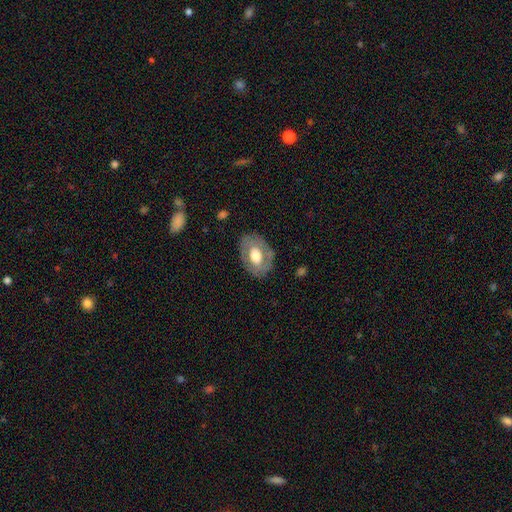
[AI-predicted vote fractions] Smooth or featured?
  - featured or disk: 49% *
  - smooth: 45%
  - star or artifact: 6%
Merging?
  - none: 76% *
  - minor disturbance: 16%
  - major disturbance: 6%
  - merger: 1%